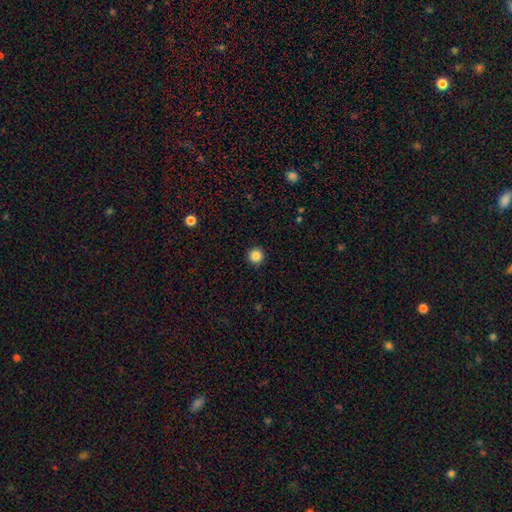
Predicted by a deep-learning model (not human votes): Smooth or featured? Predicted: smooth (p=0.85). How rounded? Predicted: round (p=0.96). Merging? Predicted: none (p=0.92).